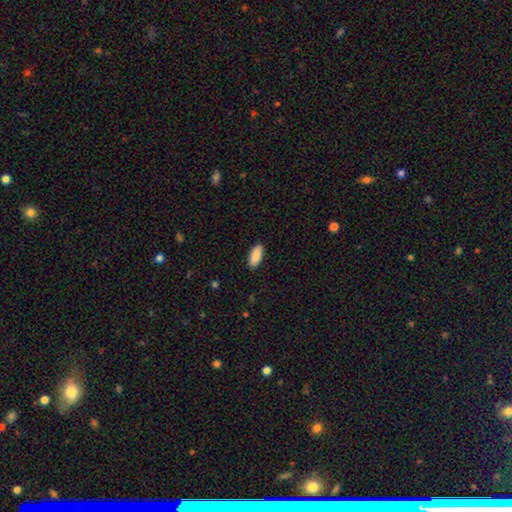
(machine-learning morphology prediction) Smooth or featured? Predicted: smooth (p=0.90). How rounded? Predicted: in between (p=0.83). Merging? Predicted: none (p=0.90).